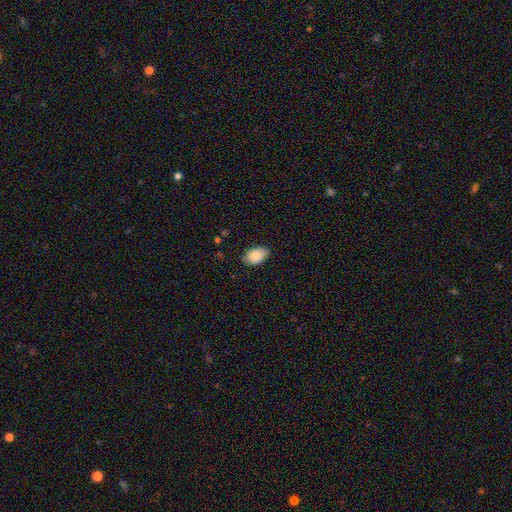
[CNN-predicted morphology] smooth 87%, star or artifact 7%, featured or disk 6%. Down the decision tree: how rounded — in between (90%); merging — none (79%).